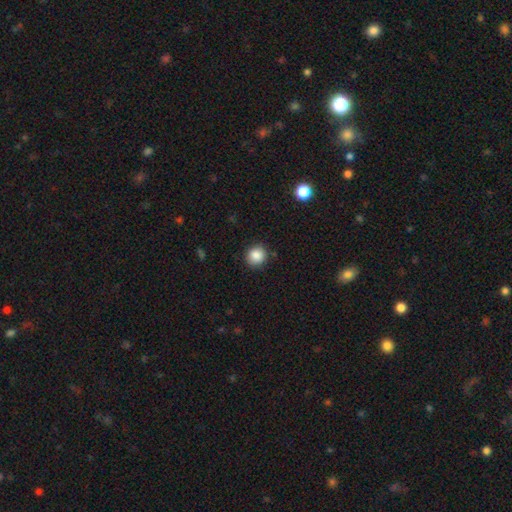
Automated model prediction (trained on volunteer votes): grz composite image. It shows a smooth galaxy with no disk features (87%) that is round (86%). Merging: none (88%).